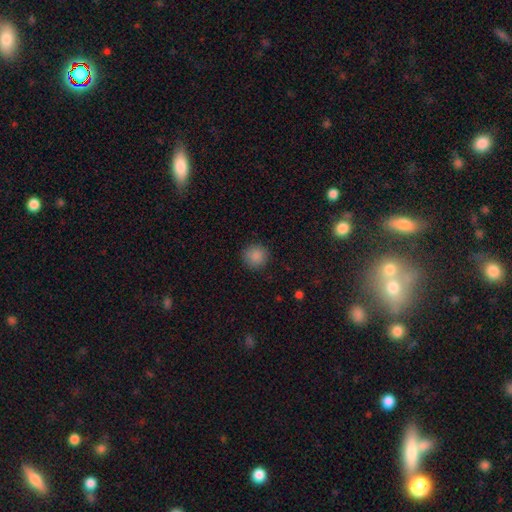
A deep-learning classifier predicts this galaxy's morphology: Smooth or featured?
  - smooth: 87% *
  - star or artifact: 9%
  - featured or disk: 3%
How rounded?
  - round: 93% *
  - in between: 6%
  - cigar-shaped: 1%
Merging?
  - none: 90% *
  - minor disturbance: 7%
  - major disturbance: 2%
  - merger: 1%